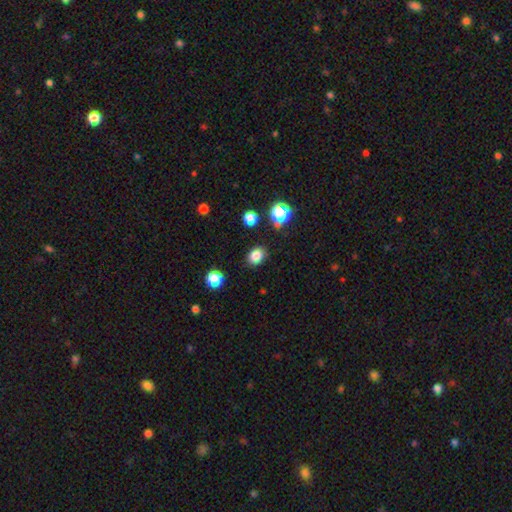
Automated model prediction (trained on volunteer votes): Smooth or featured? smooth (82%)
How rounded? in between (55%)
Merging? none (84%)